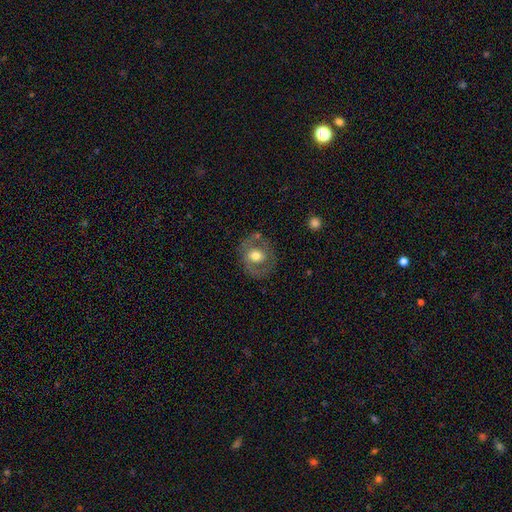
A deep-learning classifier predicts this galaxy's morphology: smooth_or_featured: featured or disk (p=0.48) [alt: smooth p=0.45]
merging: none (p=0.74) [alt: minor disturbance p=0.16]